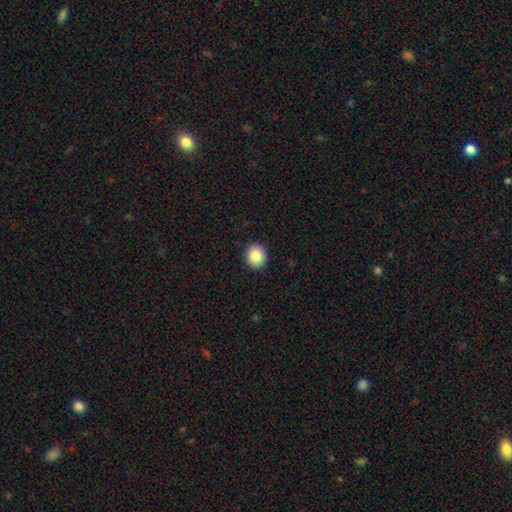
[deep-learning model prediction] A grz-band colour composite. It shows a smooth galaxy with no disk features (85%) that is round (83%). Merging: none (92%).